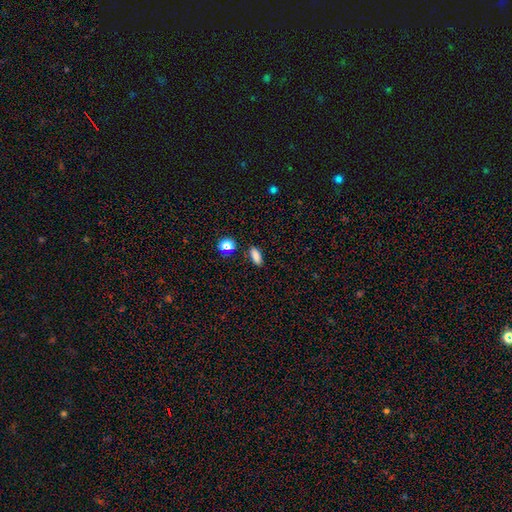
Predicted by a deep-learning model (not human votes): A smooth galaxy with no disk features (82%) that is in between round and cigar-shaped (77%). Merging: none (86%).